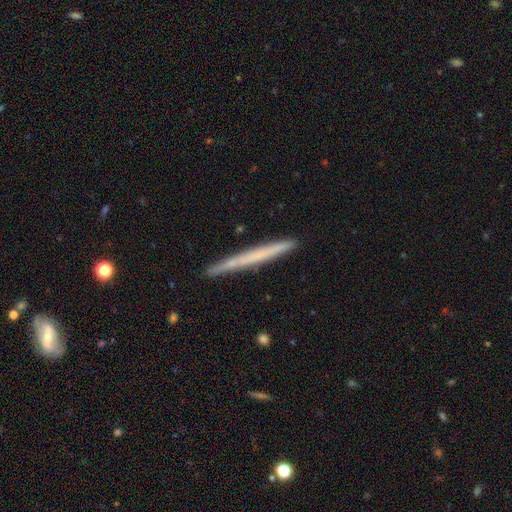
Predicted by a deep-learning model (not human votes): smooth-or-featured: smooth: 52% | featured or disk: 42% | star or artifact: 6%
  how-rounded: cigar-shaped: 97% | in between: 1% | round: 1%
  merging: none: 90% | minor disturbance: 7% | major disturbance: 1% | merger: 1%